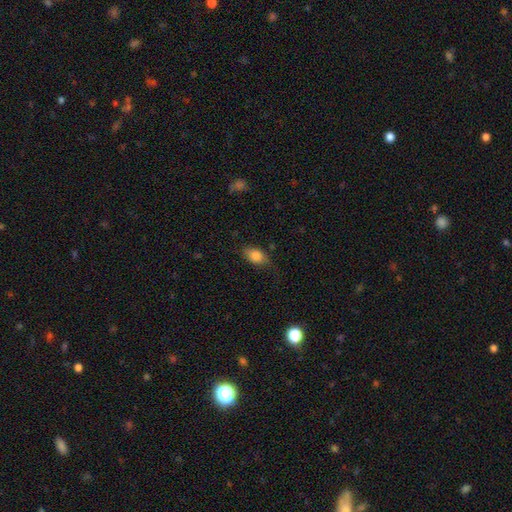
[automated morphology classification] A smooth galaxy with no disk features (83%) that is in between round and cigar-shaped (87%). Merging: none (71%).